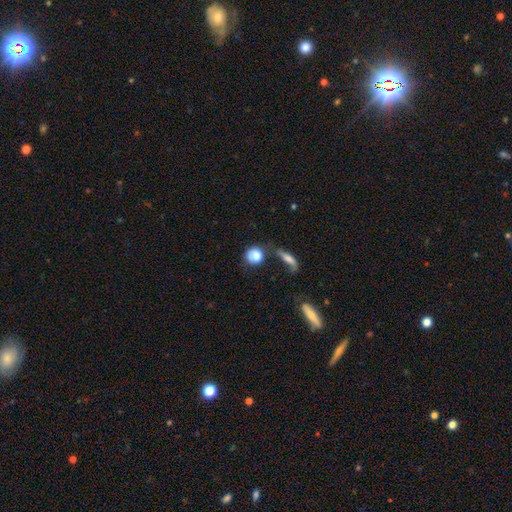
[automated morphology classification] Overall: smooth (81%). How rounded: round (77%). Merging: none (49%; merger 21%).